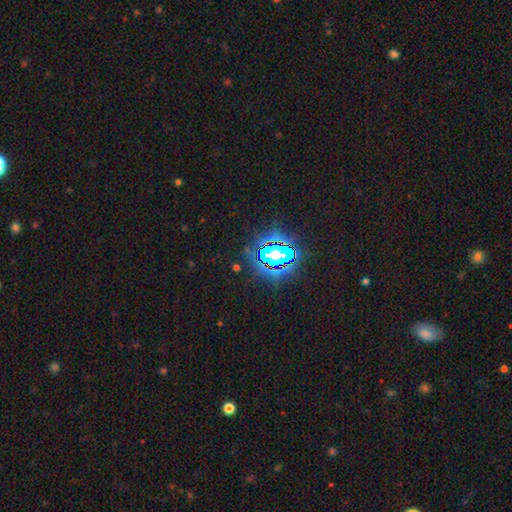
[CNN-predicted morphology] The model was most divided on "smooth or featured": star or artifact: 82%, smooth: 11%, featured or disk: 7%.